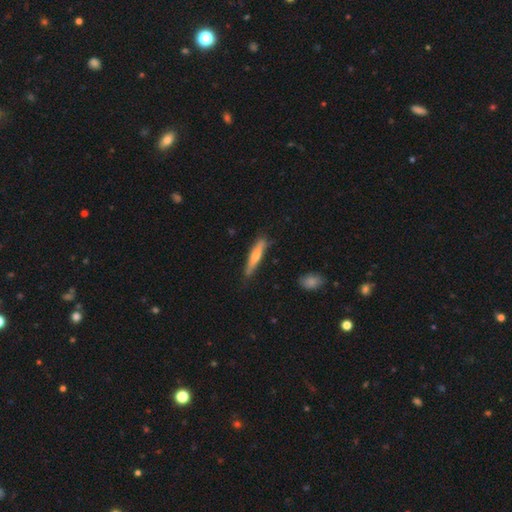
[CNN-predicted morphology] Smooth or featured? smooth (53%)
How rounded? cigar-shaped (89%)
Merging? none (80%)